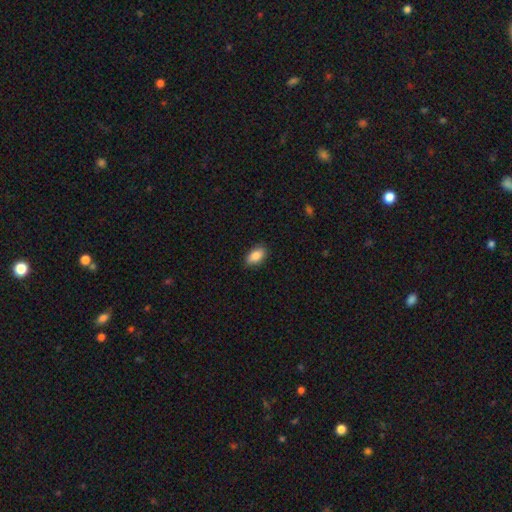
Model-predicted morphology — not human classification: This appears to be a smooth galaxy with no disk features (87%) that is in between round and cigar-shaped (91%). Merging: none (86%).